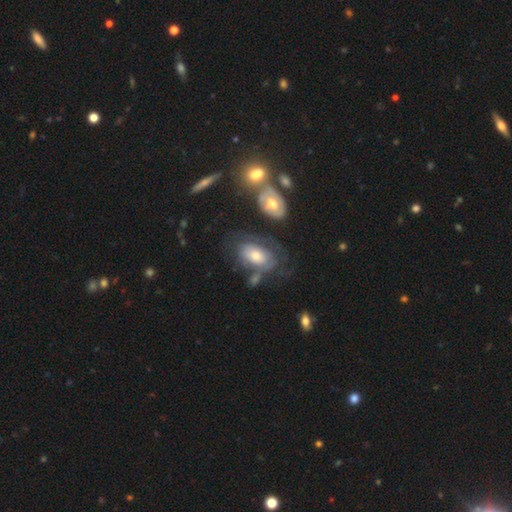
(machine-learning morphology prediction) This is possibly a featured or disk galaxy (53%). It is clearly not viewed edge-on (92%). Merging: possibly none (46%).